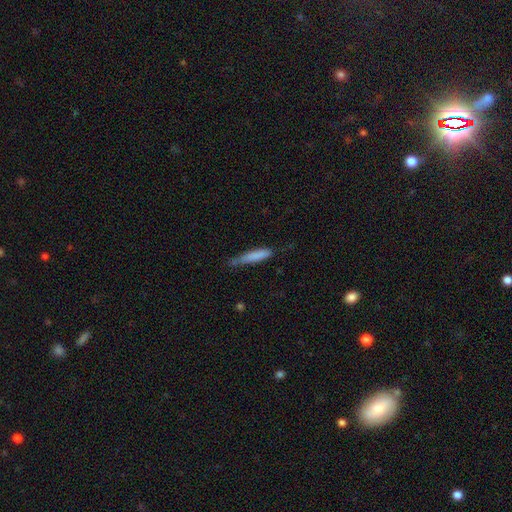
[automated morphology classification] type=smooth (79%); roundness=cigar-shaped (89%); merging=none (55%).